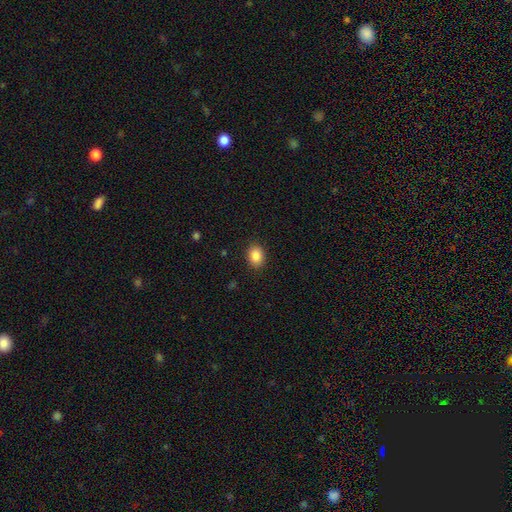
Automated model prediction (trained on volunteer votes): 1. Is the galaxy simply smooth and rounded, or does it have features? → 87% smooth, 9% star or artifact, 4% featured or disk.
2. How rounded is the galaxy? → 66% in between, 33% round, 1% cigar-shaped.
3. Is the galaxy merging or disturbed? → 89% none, 8% minor disturbance, 2% major disturbance, 1% merger.